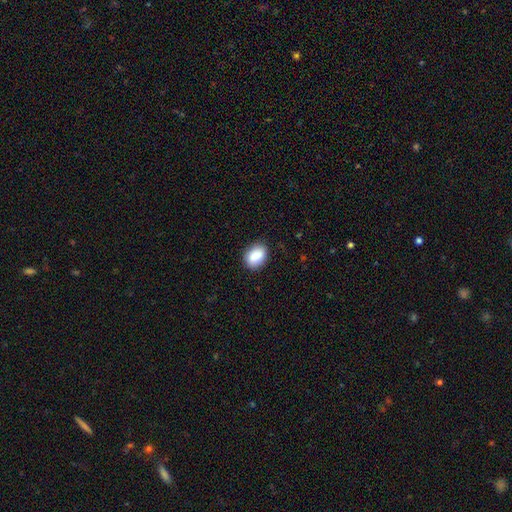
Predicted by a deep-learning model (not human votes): This appears to be a smooth galaxy with no disk features (84%) that is in between round and cigar-shaped (72%). Merging: none (85%).